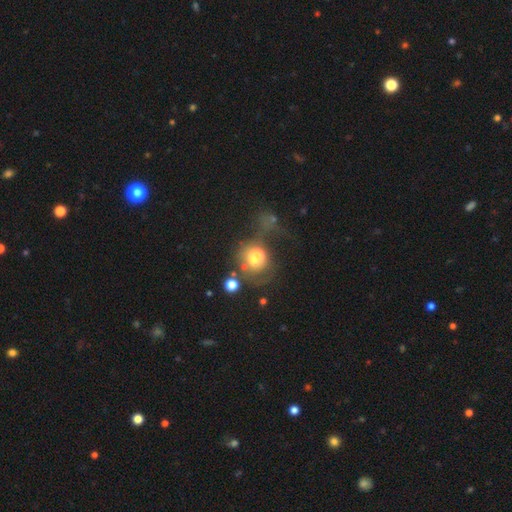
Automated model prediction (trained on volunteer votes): A smooth galaxy with no disk features (59%) that is round (70%). Merging: major disturbance (39%).